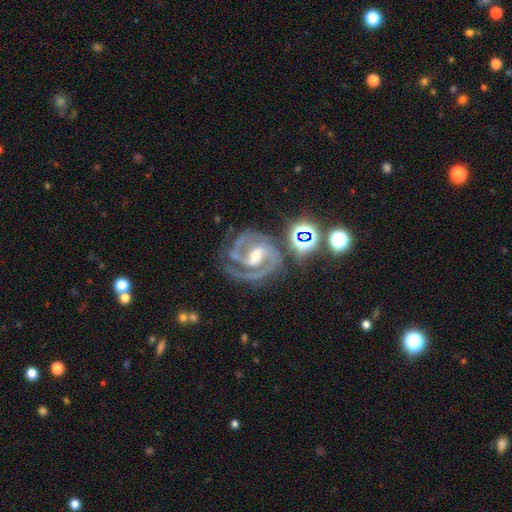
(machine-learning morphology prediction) This appears to be a featured or disk galaxy (90%) with a weak bar (45%), 2 (72%) tight (53%) spiral arms (98%) and a moderate central bulge (57%). Merging: none (67%).